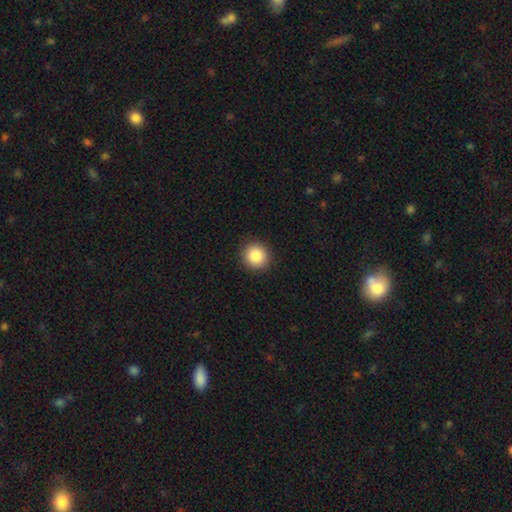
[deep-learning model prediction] A smooth galaxy with no disk features (87%) that is round (92%). Merging: none (92%).